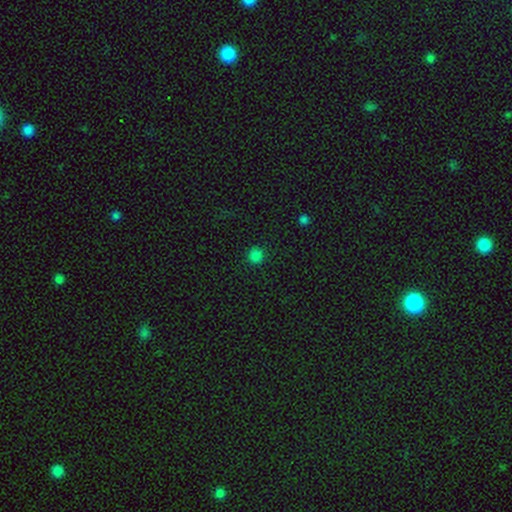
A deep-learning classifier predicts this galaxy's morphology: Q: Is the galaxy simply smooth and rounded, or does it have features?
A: smooth — 82%.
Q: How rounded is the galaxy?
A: round — 93%.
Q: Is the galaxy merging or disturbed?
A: none — 91%.